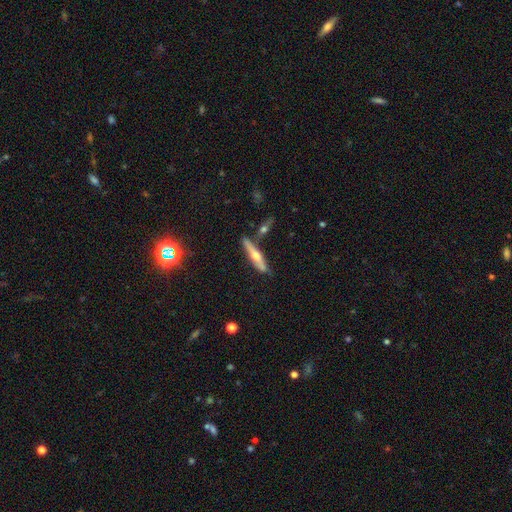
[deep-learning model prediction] Smooth or featured?
  - featured or disk: 60% *
  - smooth: 34%
  - star or artifact: 6%
Edge-on disk?
  - yes: 93% *
  - no: 7%
Edge-on bulge?
  - rounded: 90% *
  - none: 5%
  - boxy: 5%
Merging?
  - none: 71% *
  - minor disturbance: 15%
  - merger: 10%
  - major disturbance: 4%